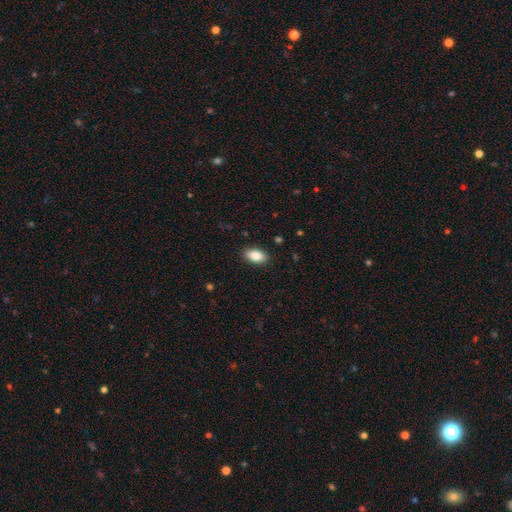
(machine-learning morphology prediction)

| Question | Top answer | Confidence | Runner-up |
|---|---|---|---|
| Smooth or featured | smooth | 87% | star or artifact (7%) |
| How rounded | in between | 93% | round (5%) |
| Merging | none | 89% | minor disturbance (8%) |